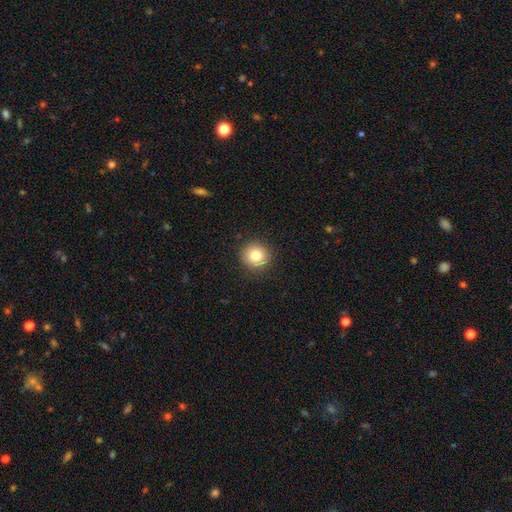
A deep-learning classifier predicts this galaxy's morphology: Smooth or featured: smooth — 80% (star or artifact — 11%)
How rounded: round — 94% (in between — 5%)
Merging: none — 91% (minor disturbance — 6%)